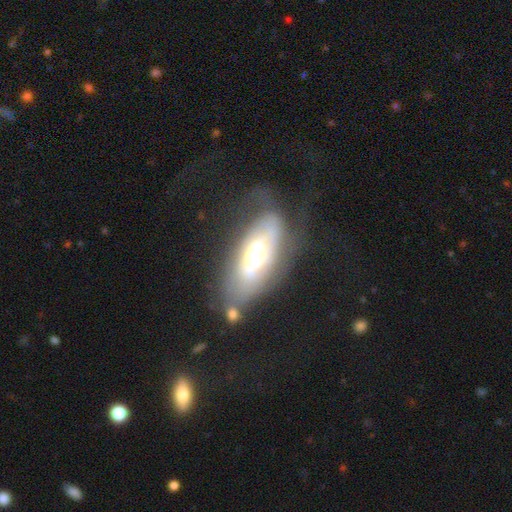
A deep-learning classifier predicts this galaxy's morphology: smooth-or-featured: featured or disk: 63% | smooth: 30% | star or artifact: 7%
  disk-edge-on: no: 82% | yes: 18%
    bar: no: 60% | weak: 28% | strong: 13%
    has-spiral-arms: yes: 57% | no: 43%
    bulge-size: moderate: 61% | large: 18% | small: 18% | dominant: 2% | none: 1%
  merging: none: 46% | minor disturbance: 27% | major disturbance: 21% | merger: 6%